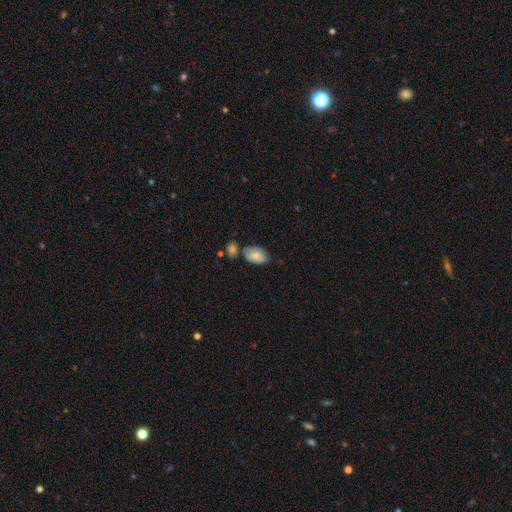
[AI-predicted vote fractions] This is likely a smooth galaxy (79%). How rounded: clearly in between (91%). Merging: possibly none (49%).